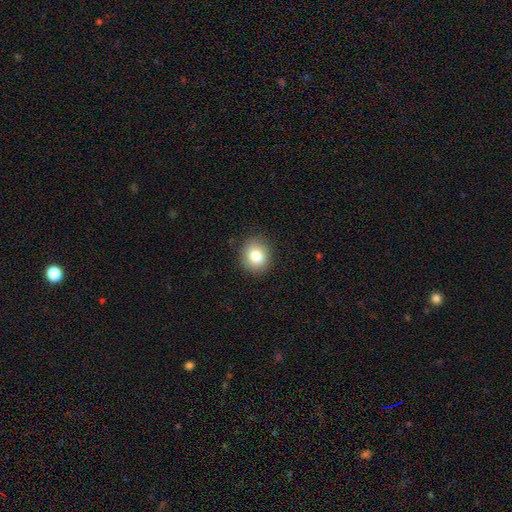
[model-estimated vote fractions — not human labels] smooth_or_featured: smooth (p=0.82) [alt: star or artifact p=0.09]
how_rounded: round (p=0.78) [alt: in between p=0.21]
merging: none (p=0.88) [alt: minor disturbance p=0.09]